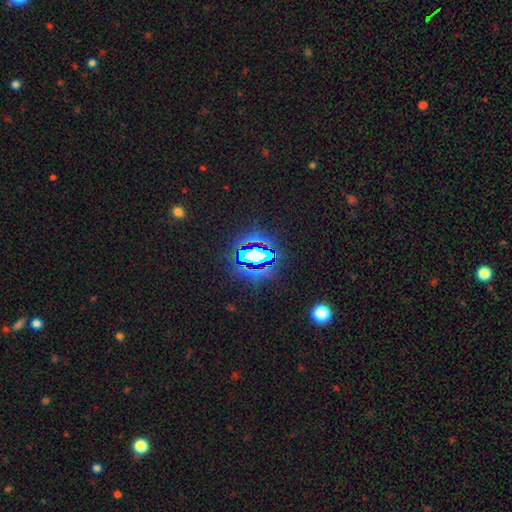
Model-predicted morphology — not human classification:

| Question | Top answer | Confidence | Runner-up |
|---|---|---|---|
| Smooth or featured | star or artifact | 71% | smooth (17%) |